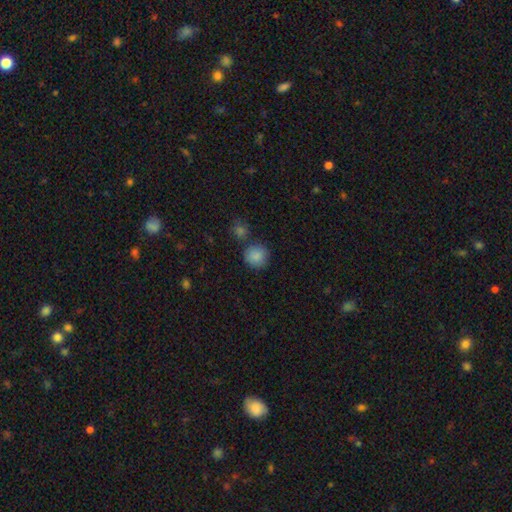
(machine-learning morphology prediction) This is clearly a smooth galaxy (87%). How rounded: clearly round (91%). Merging: likely none (75%).